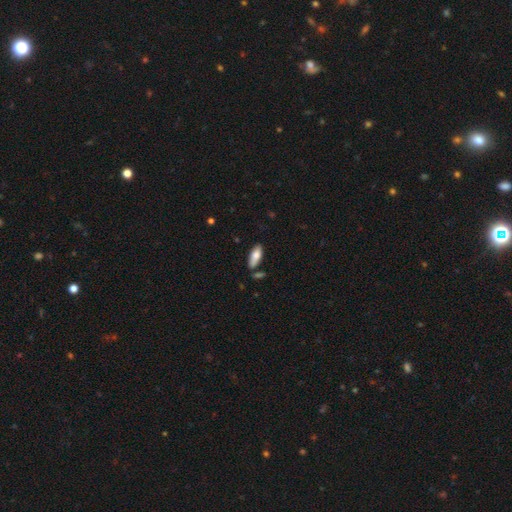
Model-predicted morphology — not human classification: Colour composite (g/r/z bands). It shows a smooth galaxy with no disk features (79%) that is in between round and cigar-shaped (78%). Merging: none (75%).